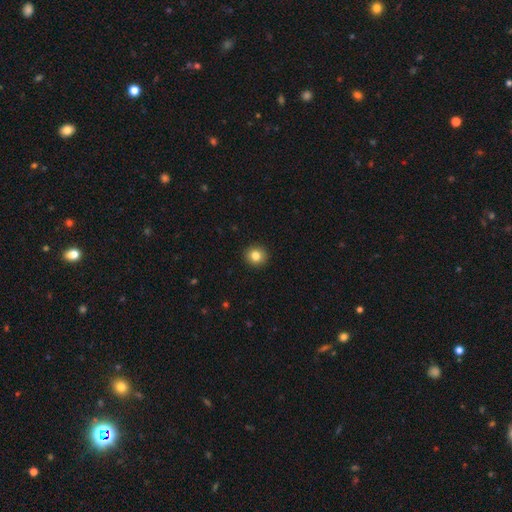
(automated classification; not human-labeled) Smooth or featured? smooth (82%)
How rounded? round (91%)
Merging? none (93%)